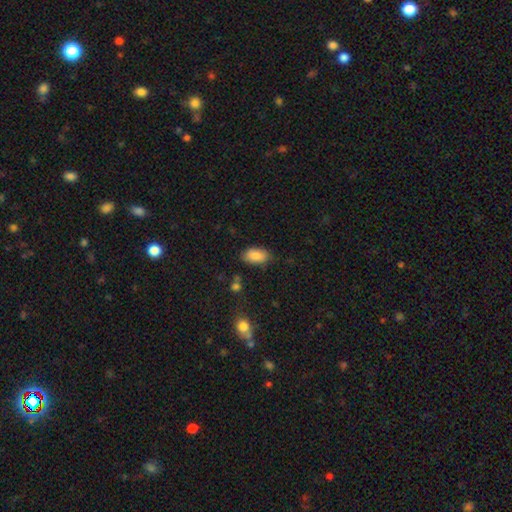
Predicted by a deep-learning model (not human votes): smooth_or_featured: smooth (p=0.87) [alt: star or artifact p=0.07]
how_rounded: in between (p=0.93) [alt: round p=0.05]
merging: none (p=0.75) [alt: minor disturbance p=0.19]